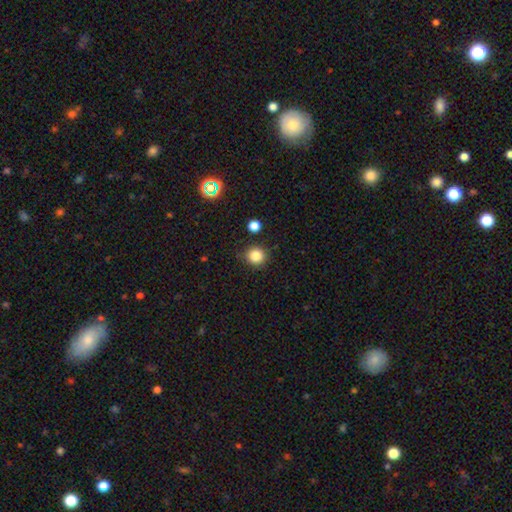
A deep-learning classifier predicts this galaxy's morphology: smooth_or_featured: smooth (p=0.84) [alt: star or artifact p=0.11]
how_rounded: round (p=0.89) [alt: in between p=0.10]
merging: none (p=0.86) [alt: minor disturbance p=0.09]